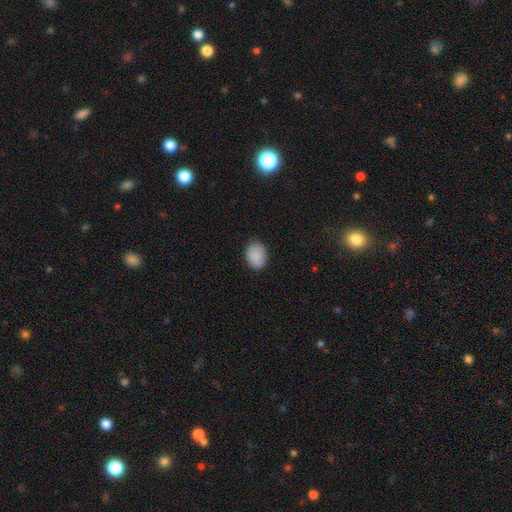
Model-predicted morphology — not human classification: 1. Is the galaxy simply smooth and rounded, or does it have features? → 89% smooth, 7% star or artifact, 4% featured or disk.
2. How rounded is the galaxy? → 57% in between, 42% round, 1% cigar-shaped.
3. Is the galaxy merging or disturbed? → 85% none, 12% minor disturbance, 2% major disturbance, 1% merger.